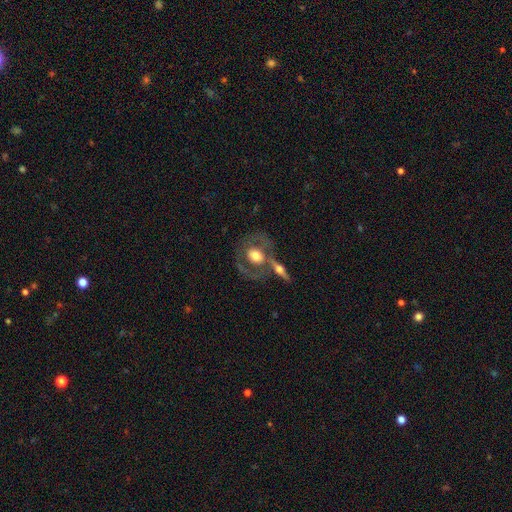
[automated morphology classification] smooth_or_featured: featured or disk (p=0.58) [alt: smooth p=0.35]
disk_edge_on: no (p=0.86) [alt: yes p=0.14]
bar: no (p=0.74) [alt: weak p=0.19]
has_spiral_arms: no (p=0.63) [alt: yes p=0.37]
bulge_size: moderate (p=0.56) [alt: large p=0.33]
merging: none (p=0.52) [alt: merger p=0.26]